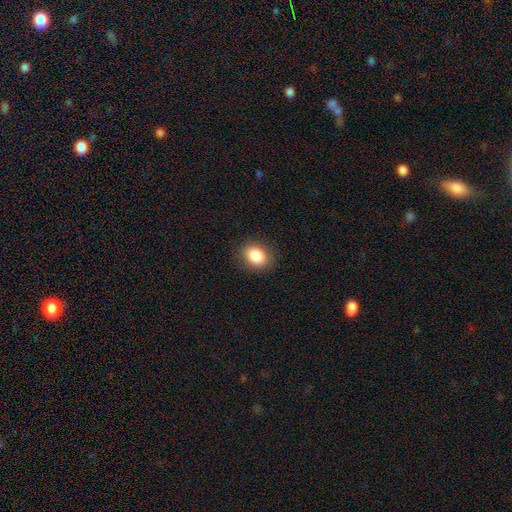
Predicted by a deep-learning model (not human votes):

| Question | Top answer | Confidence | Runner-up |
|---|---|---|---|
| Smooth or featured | smooth | 86% | star or artifact (9%) |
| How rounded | in between | 56% | round (43%) |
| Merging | none | 87% | minor disturbance (9%) |